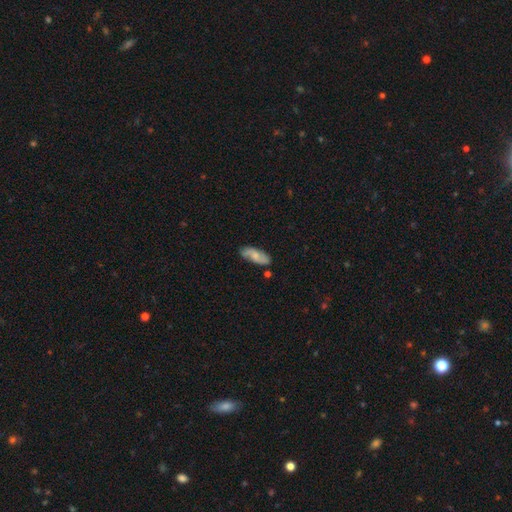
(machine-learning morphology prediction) smooth_or_featured: smooth (p=0.56) [alt: featured or disk p=0.37]
how_rounded: in between (p=0.76) [alt: cigar-shaped p=0.21]
merging: none (p=0.77) [alt: minor disturbance p=0.17]